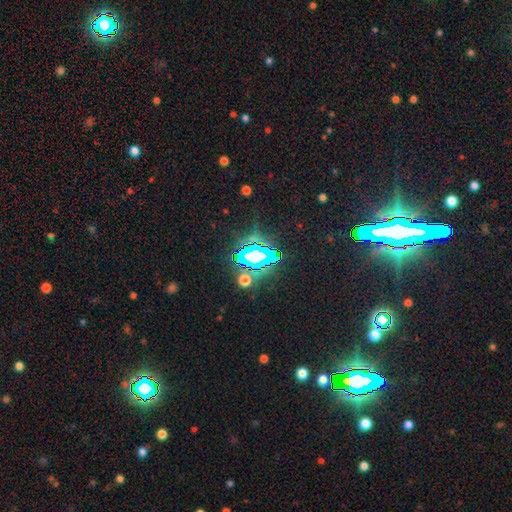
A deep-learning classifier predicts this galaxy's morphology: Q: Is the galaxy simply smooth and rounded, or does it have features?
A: star or artifact — 66%.